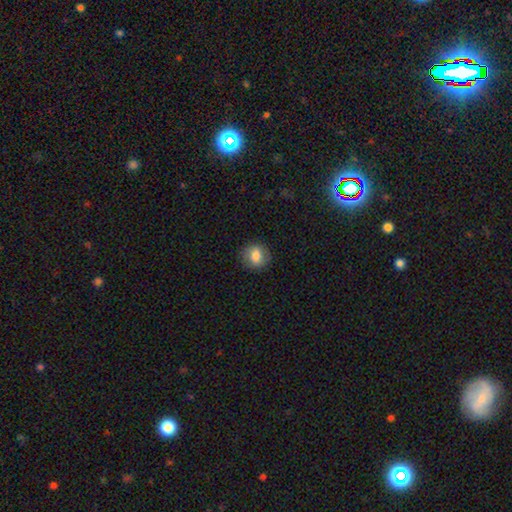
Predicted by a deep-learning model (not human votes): This appears to be a smooth galaxy with no disk features (76%) that is round (70%). Merging: none (84%).